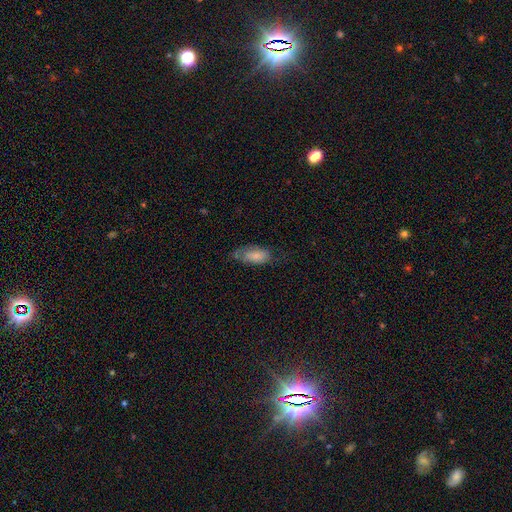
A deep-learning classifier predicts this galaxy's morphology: This appears to be a smooth galaxy with no disk features (75%) that is in between round and cigar-shaped (88%). Merging: none (50%).